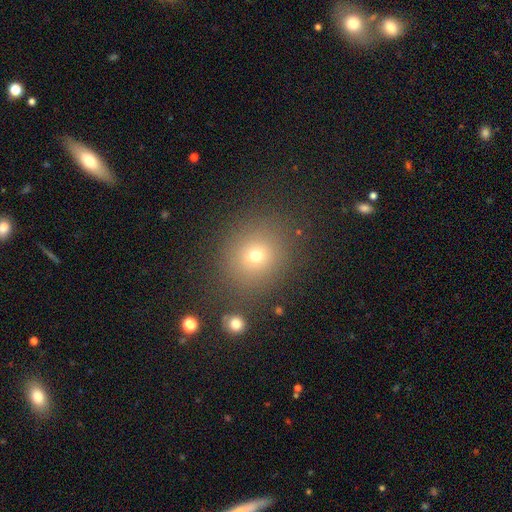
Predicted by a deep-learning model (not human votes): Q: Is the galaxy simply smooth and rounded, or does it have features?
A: smooth — 69%.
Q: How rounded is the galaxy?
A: round — 80%.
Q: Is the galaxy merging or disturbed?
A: none — 84%.